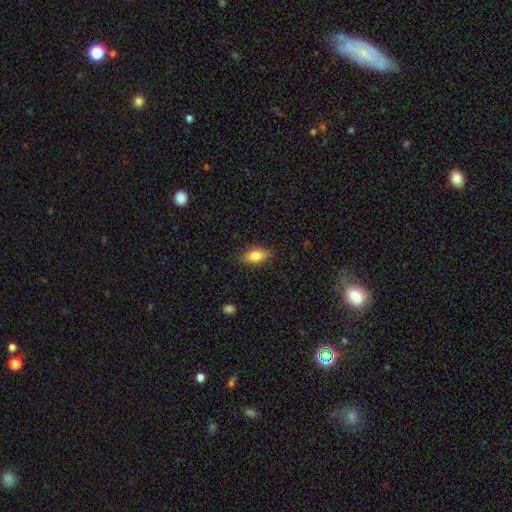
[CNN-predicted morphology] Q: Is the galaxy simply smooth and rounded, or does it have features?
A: smooth — 83%.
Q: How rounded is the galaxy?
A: in between — 87%.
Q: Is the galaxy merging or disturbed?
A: none — 85%.